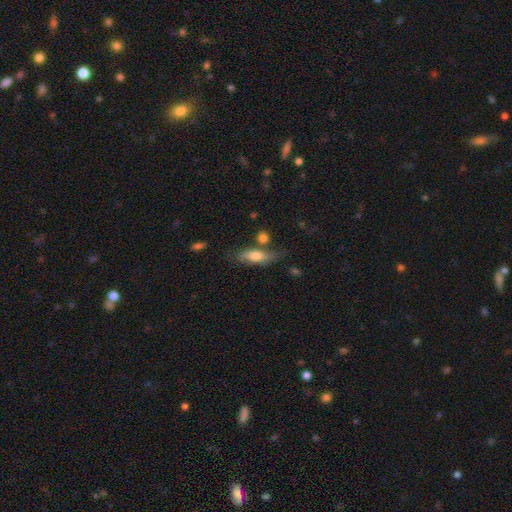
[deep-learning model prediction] Morphology: type=smooth (65%); roundness=in between (63%); merging=none (56%).